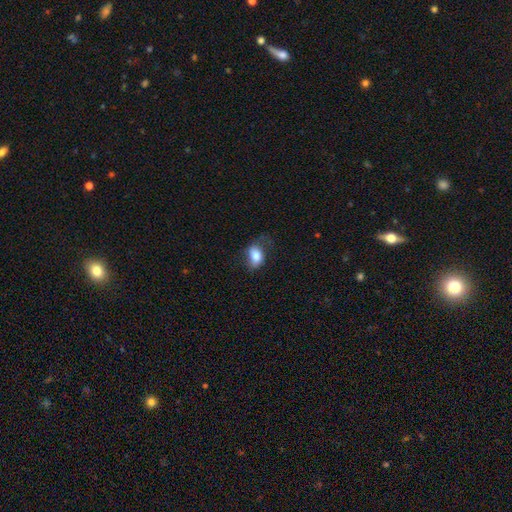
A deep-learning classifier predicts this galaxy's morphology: Smooth or featured? smooth (80%)
How rounded? in between (82%)
Merging? none (50%)